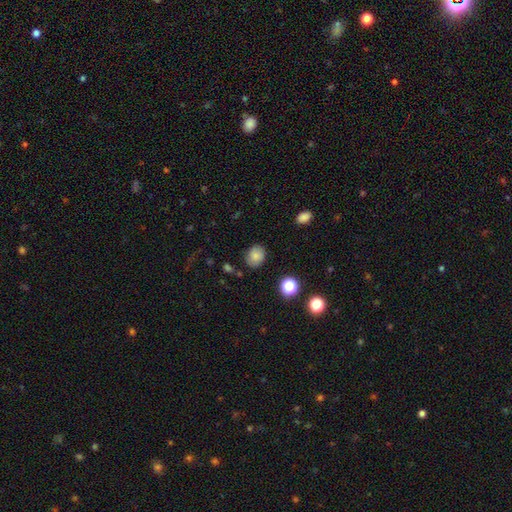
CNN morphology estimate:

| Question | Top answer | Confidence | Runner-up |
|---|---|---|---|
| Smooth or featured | smooth | 81% | star or artifact (11%) |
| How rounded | round | 58% | in between (41%) |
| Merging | none | 82% | minor disturbance (13%) |